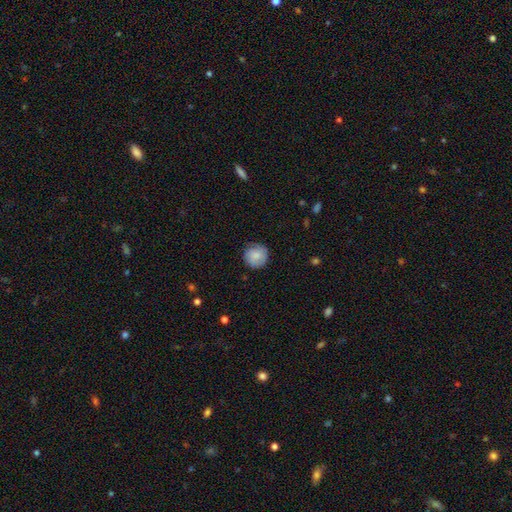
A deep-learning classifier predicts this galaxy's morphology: smooth_or_featured: smooth (p=0.75) [alt: featured or disk p=0.19]
how_rounded: round (p=0.92) [alt: in between p=0.07]
merging: none (p=0.79) [alt: minor disturbance p=0.16]